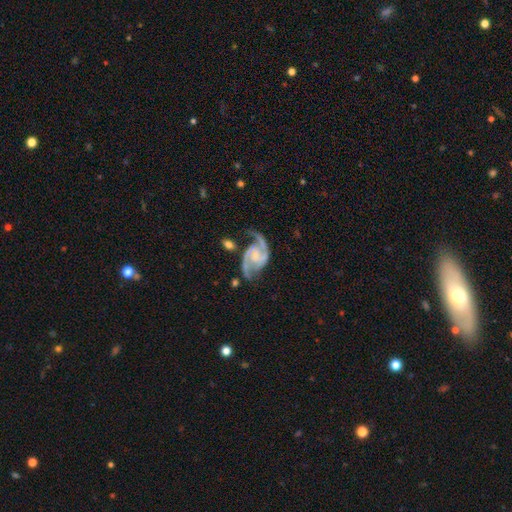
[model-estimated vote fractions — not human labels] Smooth or featured: featured or disk — 93% (star or artifact — 4%)
Edge-on disk: no — 98% (yes — 2%)
Bar: no — 51% (weak — 38%)
Spiral arms: yes — 98% (no — 2%)
Spiral winding: medium — 59% (tight — 21%)
Spiral arm count: 2 — 93% (3 — 2%)
Bulge size: small — 46% (none — 31%)
Merging: none — 63% (minor disturbance — 20%)